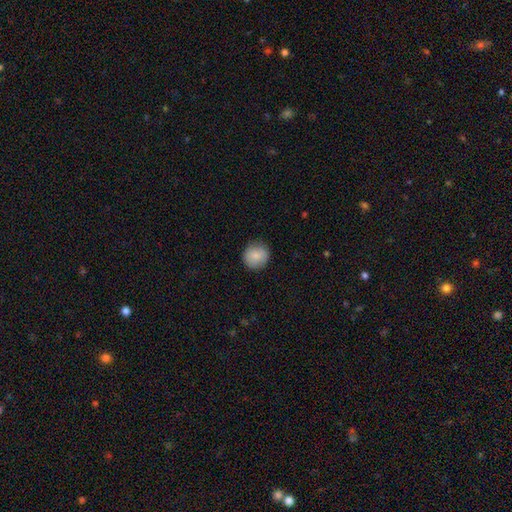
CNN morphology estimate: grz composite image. It shows a smooth galaxy with no disk features (82%) that is round (92%). Merging: none (88%).